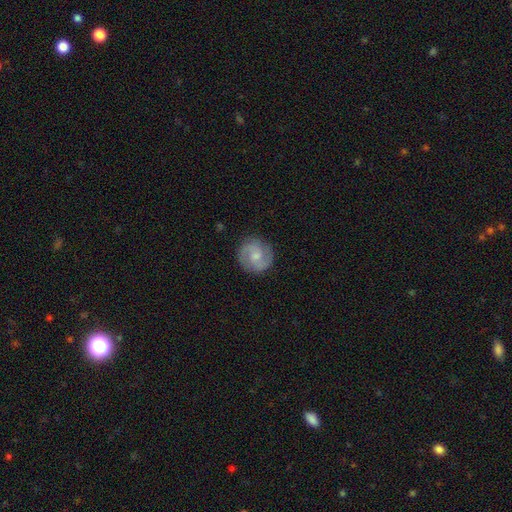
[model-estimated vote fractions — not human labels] This appears to be a featured or disk galaxy (71%) with no bar (46%, tied with weak), 2 (88%) medium (48%) spiral arms (94%) and a moderate central bulge (48%). Merging: none (85%).